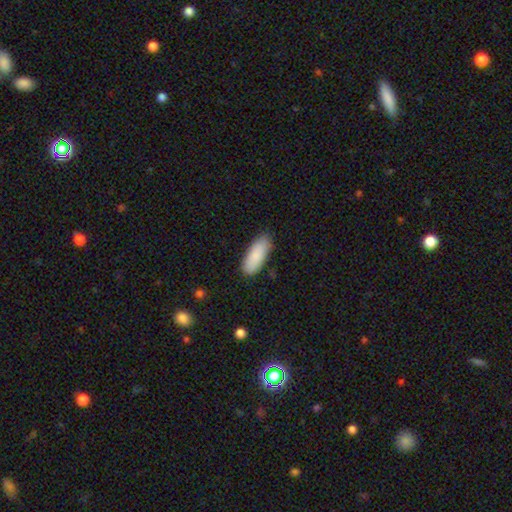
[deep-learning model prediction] The model was most divided on "how rounded": in between: 73%, cigar-shaped: 25%, round: 2%. More confident: smooth or featured — smooth (89%); merging — none (84%).